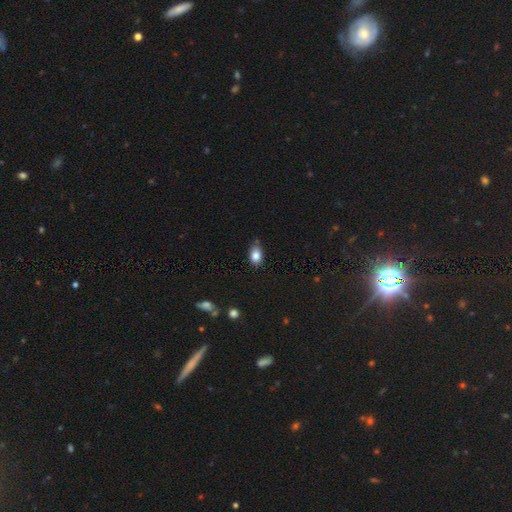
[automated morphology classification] This is clearly a smooth galaxy (83%). How rounded: clearly in between (84%). Merging: likely none (68%).